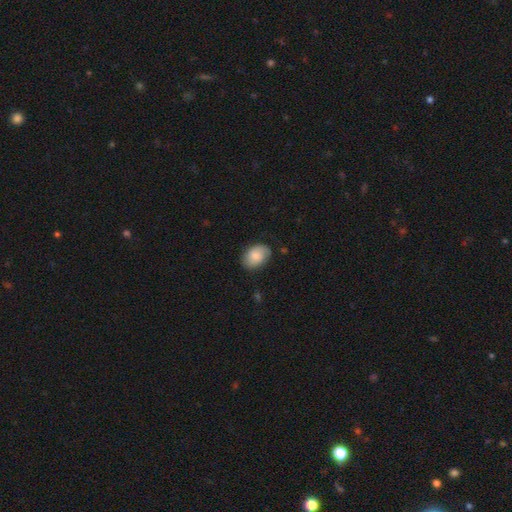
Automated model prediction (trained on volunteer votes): smooth-or-featured: smooth: 73% | featured or disk: 21% | star or artifact: 7%
  how-rounded: in between: 81% | round: 18% | cigar-shaped: 1%
  merging: none: 76% | minor disturbance: 19% | major disturbance: 4% | merger: 1%